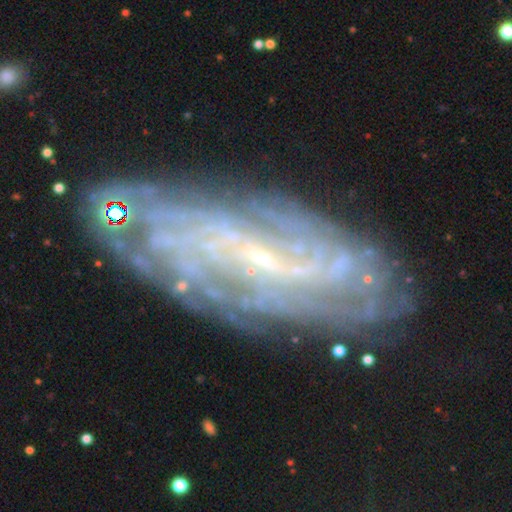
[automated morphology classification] A featured or disk galaxy (83%) with a weak bar (44%), tight (59%) spiral arms (91%) and a small central bulge (73%).

Vote fractions:
- Smooth or featured? featured or disk: 83% / smooth: 9% / star or artifact: 8%
- Edge-on disk? no: 91% / yes: 9%
- Bar? weak: 44% / no: 33% / strong: 23%
- Spiral arms? yes: 91% / no: 9%
- Spiral winding? tight: 59% / medium: 29% / loose: 12%
- Spiral arm count? can't tell: 48% / 2: 13% / 4: 12% / more than 4: 11% / 3: 10% / 1: 6%
- Bulge size? small: 73% / none: 14% / moderate: 11% / large: 1% / dominant: 1%
- Merging? none: 73% / minor disturbance: 17% / major disturbance: 7% / merger: 2%